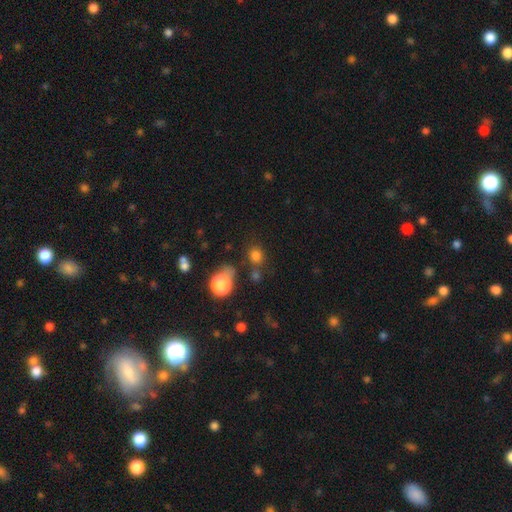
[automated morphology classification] smooth-or-featured: smooth: 76% | star or artifact: 18% | featured or disk: 6%
  how-rounded: round: 78% | in between: 20% | cigar-shaped: 1%
  merging: none: 67% | minor disturbance: 14% | merger: 12% | major disturbance: 7%